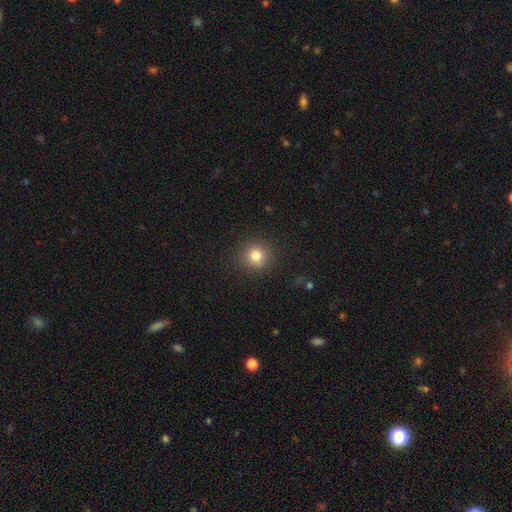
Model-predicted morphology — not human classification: smooth-or-featured: smooth: 80% | star or artifact: 13% | featured or disk: 7%
  how-rounded: round: 92% | in between: 7% | cigar-shaped: 1%
  merging: none: 90% | minor disturbance: 7% | major disturbance: 3% | merger: 1%